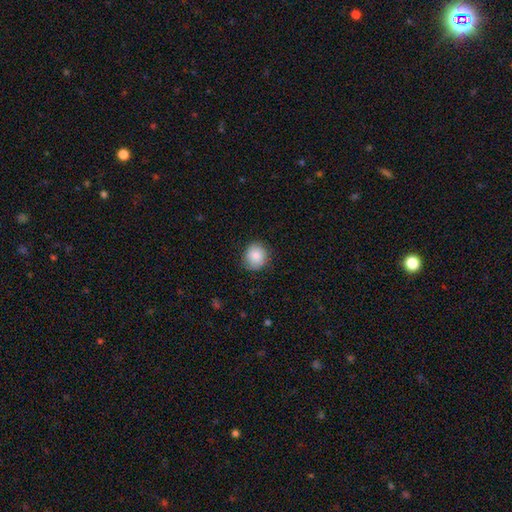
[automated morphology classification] Smooth or featured? smooth (87%)
How rounded? round (85%)
Merging? none (83%)